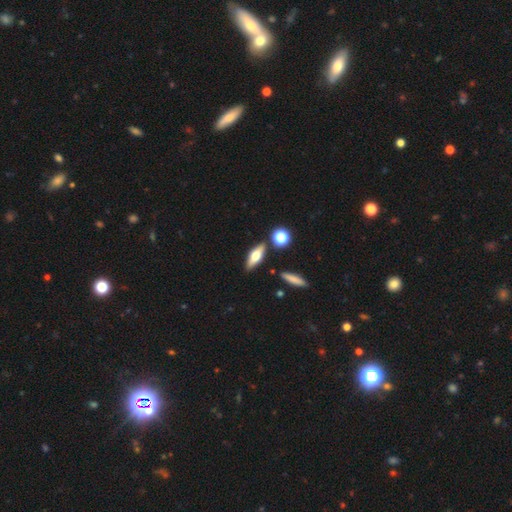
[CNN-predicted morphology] type=smooth (50%); merging=none (82%).